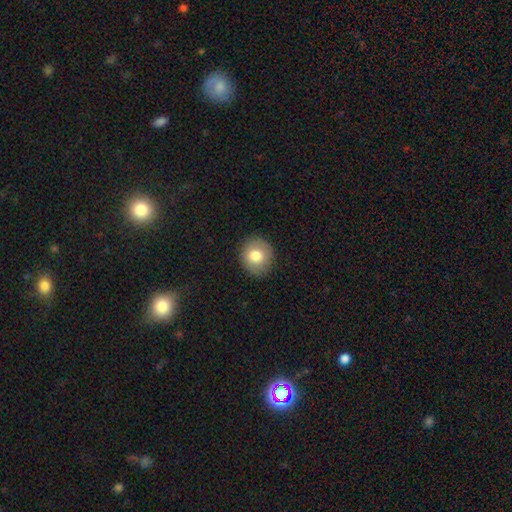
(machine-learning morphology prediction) smooth 79%, featured or disk 12%, star or artifact 8%. Down the decision tree: how rounded — round (82%); merging — none (88%).